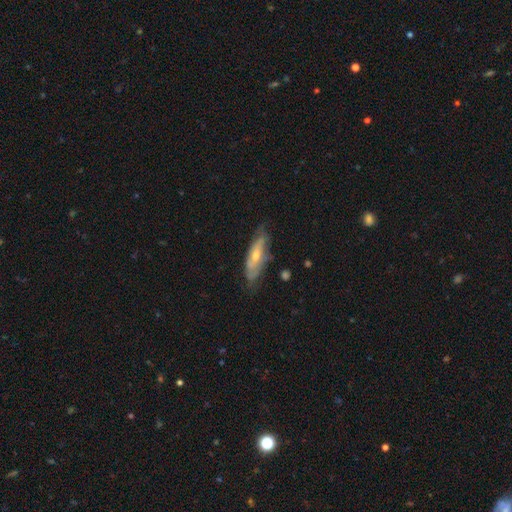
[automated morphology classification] Q: Smooth or featured?
A: featured or disk (62%); runner-up: smooth (31%)
Q: Edge-on disk?
A: no (60%); runner-up: yes (40%)
Q: Merging?
A: none (68%); runner-up: minor disturbance (24%)